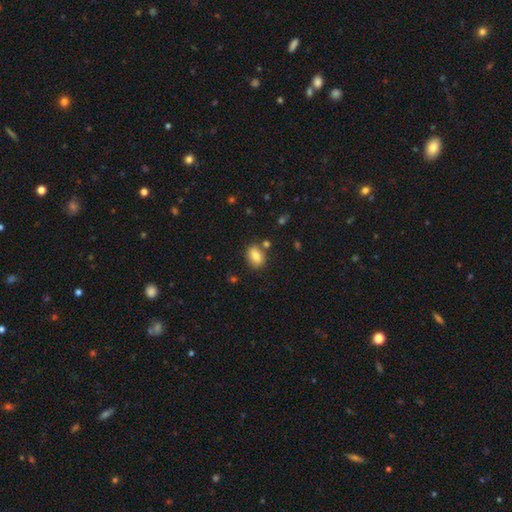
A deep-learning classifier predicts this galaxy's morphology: This is clearly a smooth galaxy (82%). How rounded: likely in between (77%). Merging: likely none (78%).